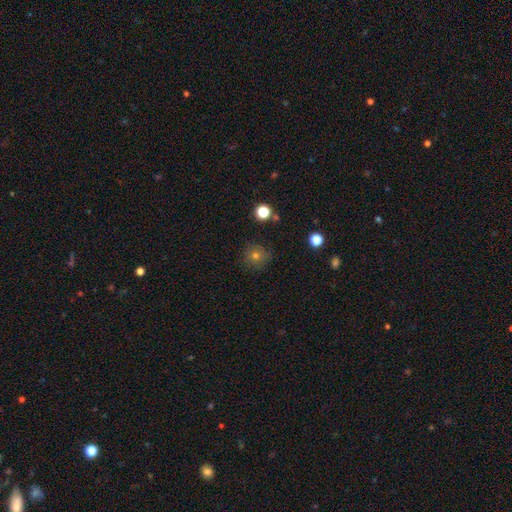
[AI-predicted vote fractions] smooth-or-featured: smooth: 66% | star or artifact: 22% | featured or disk: 12%
  how-rounded: round: 94% | in between: 5% | cigar-shaped: 1%
  merging: none: 85% | minor disturbance: 10% | major disturbance: 3% | merger: 2%